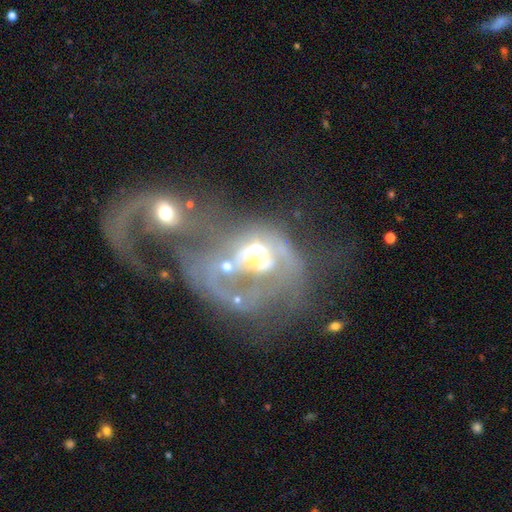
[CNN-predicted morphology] A featured or disk galaxy (70%) with no bar (71%), spiral arms (57%) and a moderate central bulge (62%). Merging: merger (63%).